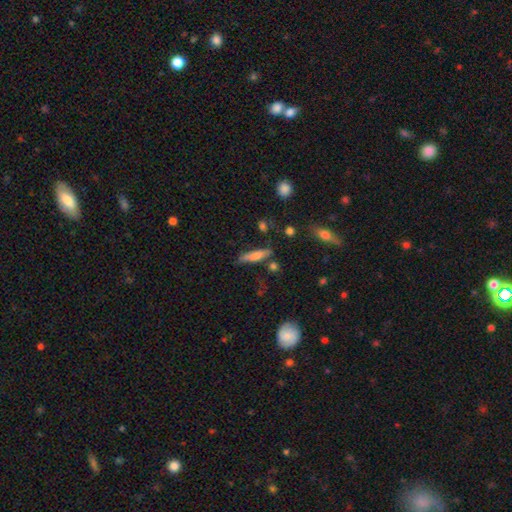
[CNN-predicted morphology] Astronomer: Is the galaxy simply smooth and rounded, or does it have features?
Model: smooth — 66%.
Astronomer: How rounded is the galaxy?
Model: cigar-shaped — 76%.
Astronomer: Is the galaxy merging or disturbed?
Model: none — 71%.